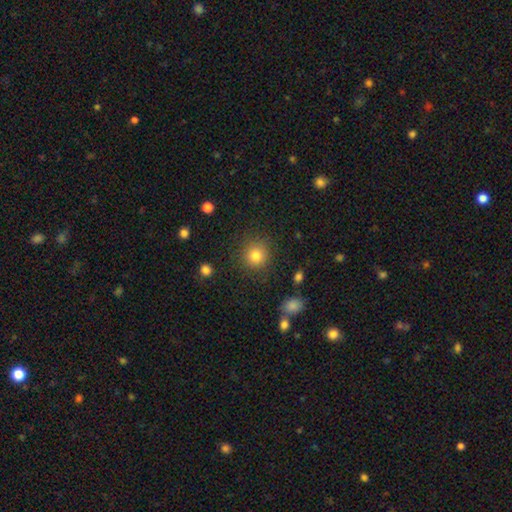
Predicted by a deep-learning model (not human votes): Smooth or featured? Predicted: smooth (p=0.82). How rounded? Predicted: round (p=0.91). Merging? Predicted: none (p=0.88).